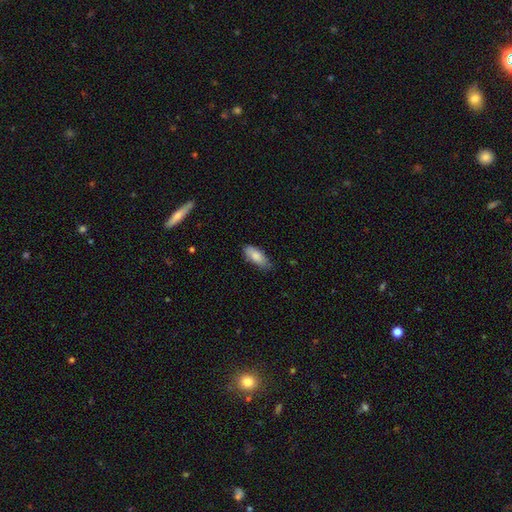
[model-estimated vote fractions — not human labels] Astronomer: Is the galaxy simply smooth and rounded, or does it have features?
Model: smooth — 83%.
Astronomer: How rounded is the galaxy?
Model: in between — 79%.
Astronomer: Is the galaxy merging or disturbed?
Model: none — 69%.